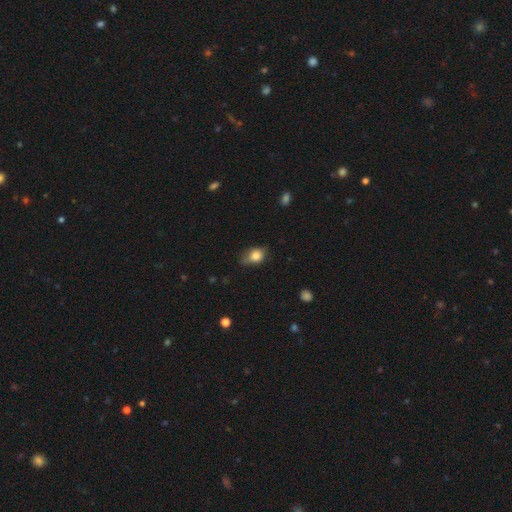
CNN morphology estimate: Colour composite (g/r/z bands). It shows a smooth galaxy with no disk features (77%) that is in between round and cigar-shaped (55%). Merging: none (55%).